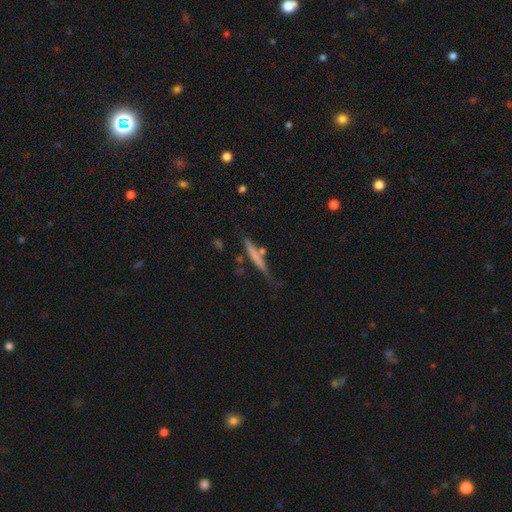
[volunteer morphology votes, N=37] This appears to be a smooth galaxy with no disk features (62%) that is cigar-shaped (100%). Merging: none (66%).